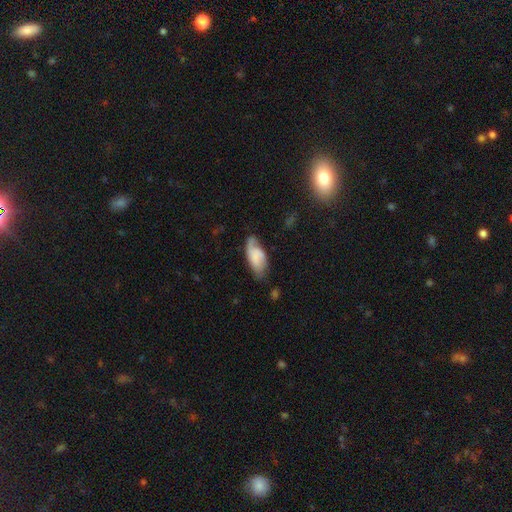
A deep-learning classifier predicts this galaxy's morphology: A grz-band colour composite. It shows a smooth galaxy with no disk features (58%) that is in between round and cigar-shaped (88%). Merging: none (53%).